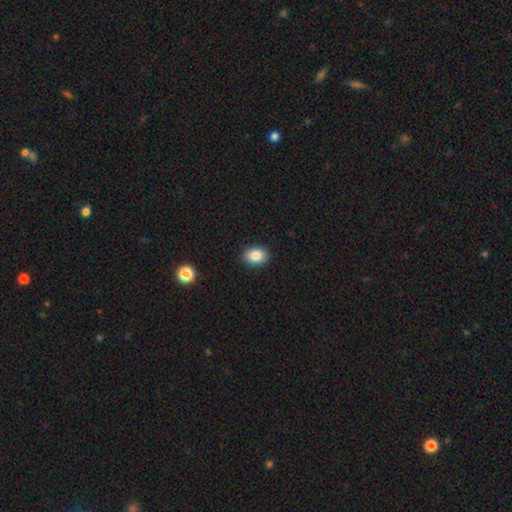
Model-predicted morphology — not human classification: smooth-or-featured: smooth: 86% | star or artifact: 9% | featured or disk: 5%
  how-rounded: in between: 62% | round: 37% | cigar-shaped: 1%
  merging: none: 90% | minor disturbance: 7% | major disturbance: 2% | merger: 1%